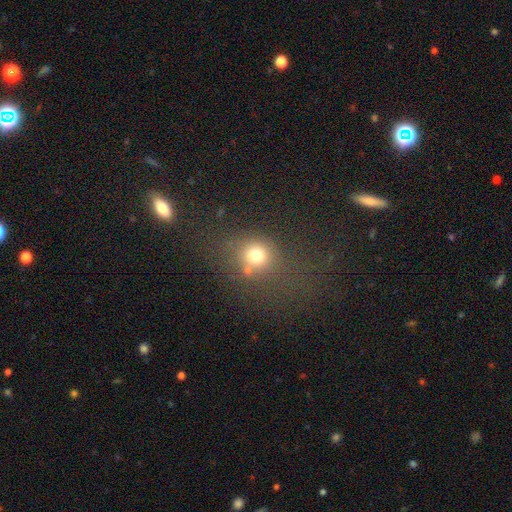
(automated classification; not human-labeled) Q: Smooth or featured?
A: smooth (73%); runner-up: star or artifact (18%)
Q: How rounded?
A: round (76%); runner-up: in between (23%)
Q: Merging?
A: none (57%); runner-up: merger (16%)